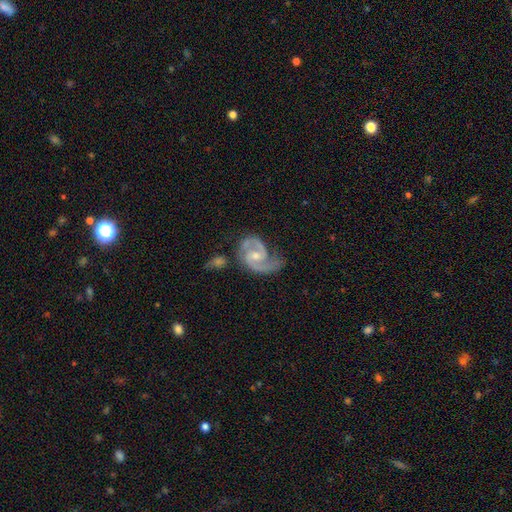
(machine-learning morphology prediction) This appears to be a featured or disk galaxy (91%) with no bar (49%), 2 (89%) medium (58%) spiral arms (98%) and a moderate central bulge (48%). Merging: none (56%).